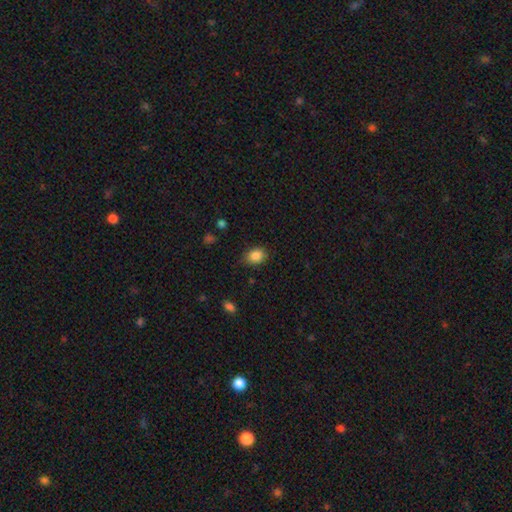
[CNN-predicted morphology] This appears to be a smooth galaxy with no disk features (86%) that is in between round and cigar-shaped (63%). Merging: none (78%).